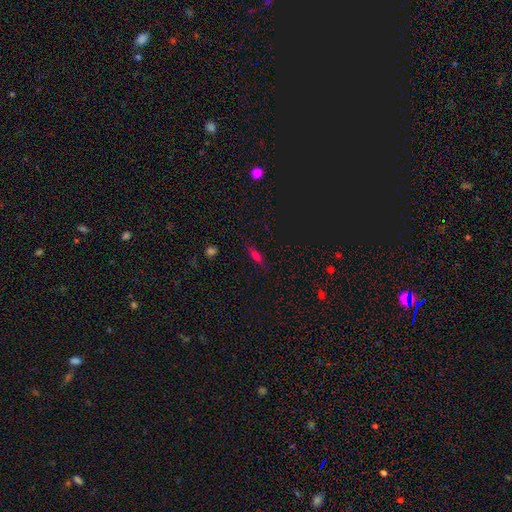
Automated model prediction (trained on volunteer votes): Smooth or featured?
  - smooth: 65% *
  - star or artifact: 23%
  - featured or disk: 12%
How rounded?
  - in between: 64% *
  - cigar-shaped: 30%
  - round: 5%
Merging?
  - none: 78% *
  - minor disturbance: 16%
  - major disturbance: 4%
  - merger: 2%